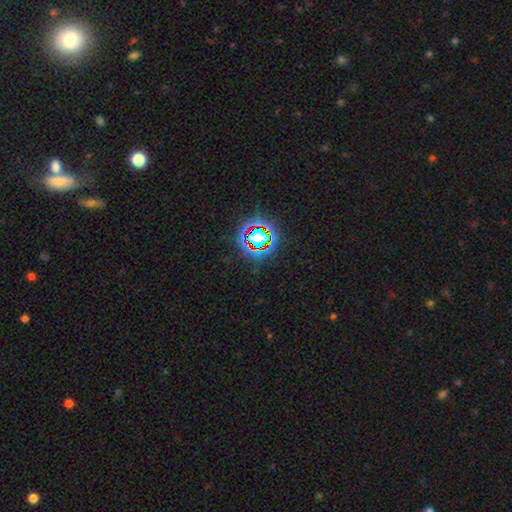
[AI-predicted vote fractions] A star or artifact, not a galaxy (78%).